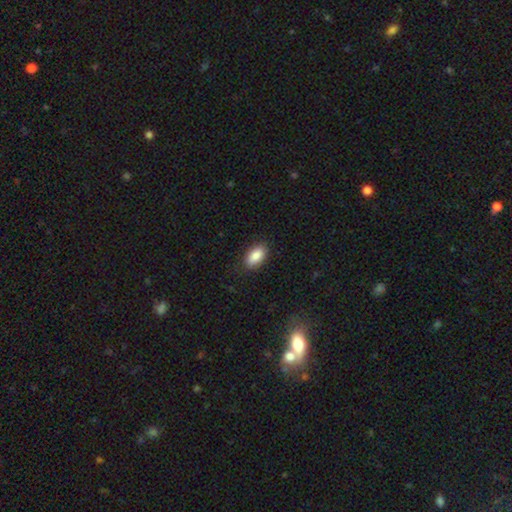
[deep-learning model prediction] The model was most divided on "merging": none: 86%, minor disturbance: 10%, major disturbance: 2%, merger: 1%. More confident: how rounded — in between (93%); smooth or featured — smooth (87%).